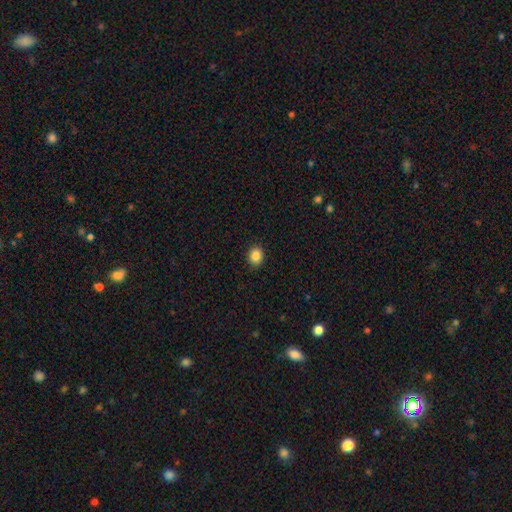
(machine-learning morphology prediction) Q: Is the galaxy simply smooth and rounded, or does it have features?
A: smooth — 86%.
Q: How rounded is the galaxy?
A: round — 59%.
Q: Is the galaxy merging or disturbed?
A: none — 91%.